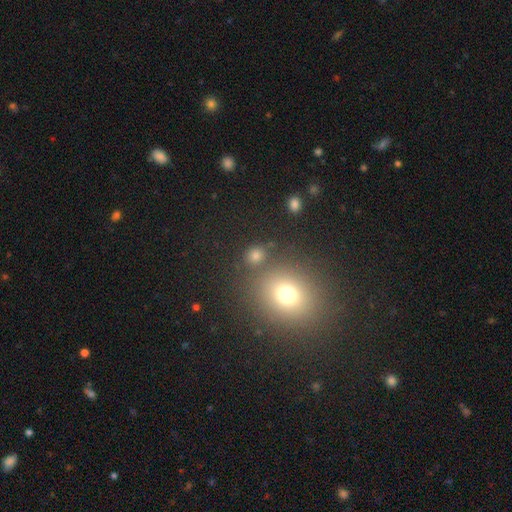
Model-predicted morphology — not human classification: This appears to be a smooth galaxy with no disk features (69%) that is round (71%). Merging: none (78%).